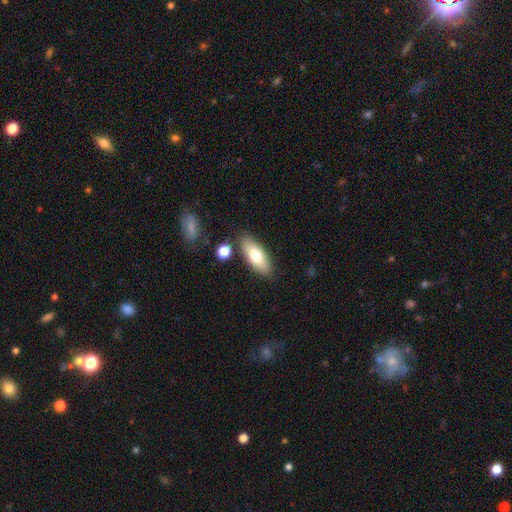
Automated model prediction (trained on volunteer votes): smooth 71%, featured or disk 22%, star or artifact 7%. Down the decision tree: how rounded — in between (78%); merging — none (83%).